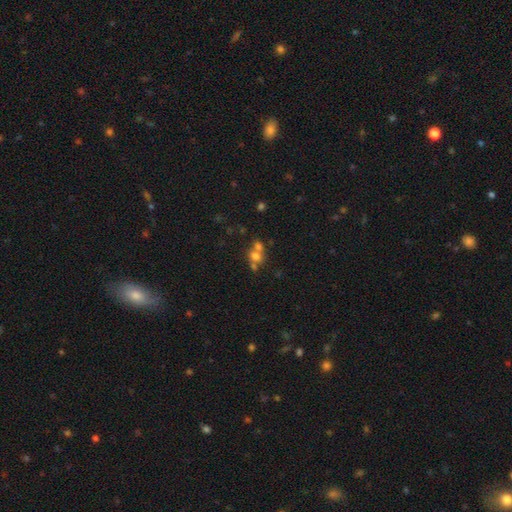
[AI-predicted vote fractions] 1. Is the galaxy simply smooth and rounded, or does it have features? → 62% smooth, 21% featured or disk, 16% star or artifact.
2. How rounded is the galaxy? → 57% round, 41% in between, 2% cigar-shaped.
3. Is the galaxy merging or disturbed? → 54% merger, 33% none, 8% minor disturbance, 5% major disturbance.